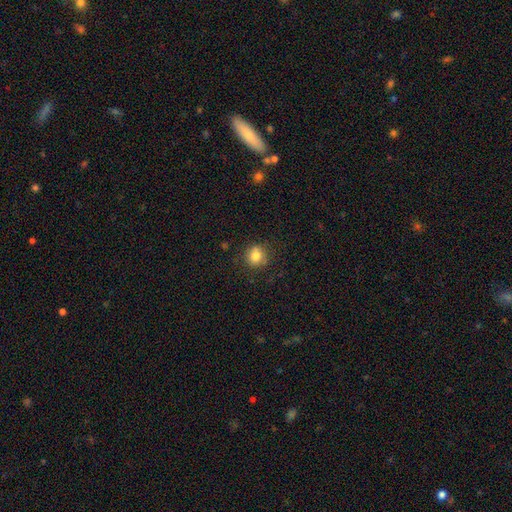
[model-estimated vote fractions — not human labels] Smooth or featured: smooth — 81% (star or artifact — 11%)
How rounded: round — 83% (in between — 16%)
Merging: none — 82% (minor disturbance — 13%)